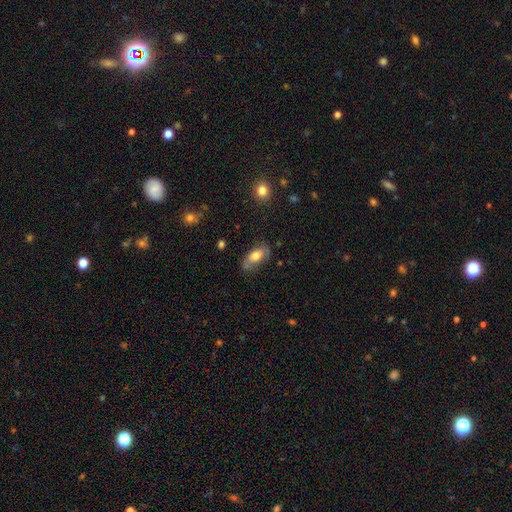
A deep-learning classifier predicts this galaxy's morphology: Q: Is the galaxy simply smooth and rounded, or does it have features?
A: smooth — 65%.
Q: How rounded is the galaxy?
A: in between — 90%.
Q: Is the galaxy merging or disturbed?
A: none — 61%.